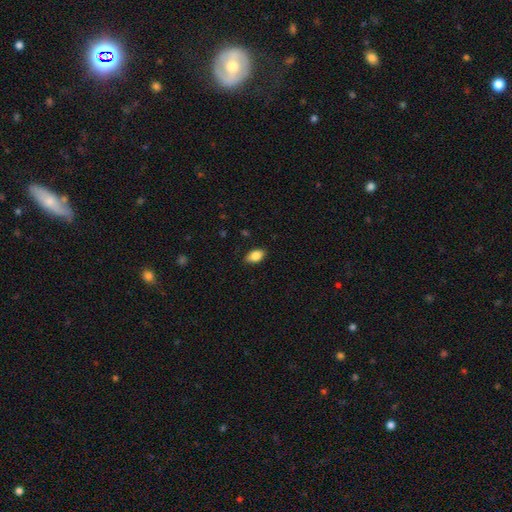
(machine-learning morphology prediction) Smooth or featured? smooth (85%)
How rounded? in between (90%)
Merging? none (86%)